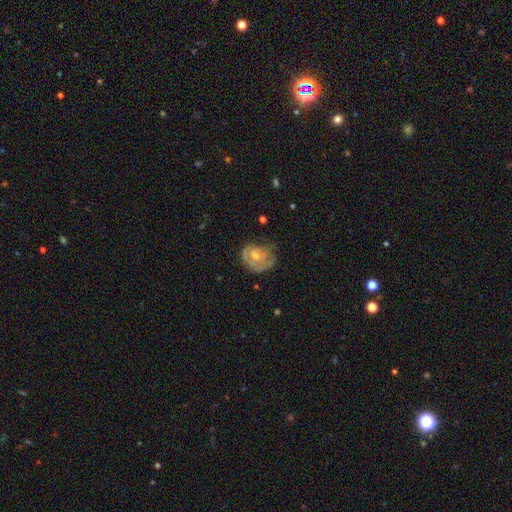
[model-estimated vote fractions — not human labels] The model was most divided on "bulge size": moderate: 54%, small: 41%, large: 2%, none: 2%, dominant: 1%. More confident: edge-on disk — no (97%); bar — no (78%); spiral arms — yes (64%); smooth or featured — featured or disk (61%); merging — none (54%).